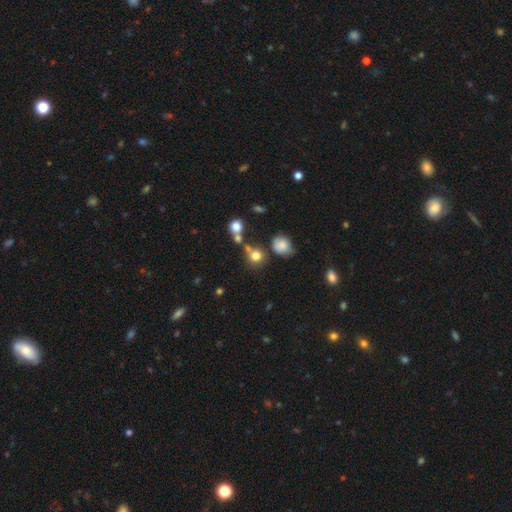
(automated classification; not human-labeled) Q: Smooth or featured?
A: smooth (75%); runner-up: star or artifact (16%)
Q: How rounded?
A: round (85%); runner-up: in between (14%)
Q: Merging?
A: none (57%); runner-up: merger (24%)